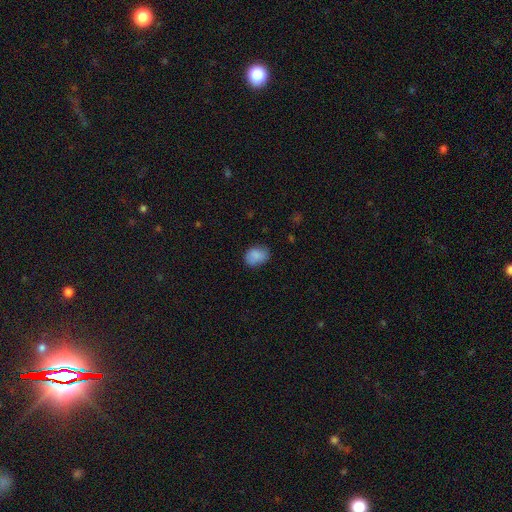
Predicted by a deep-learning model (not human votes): smooth_or_featured: smooth (p=0.85) [alt: star or artifact p=0.08]
how_rounded: in between (p=0.65) [alt: round p=0.34]
merging: none (p=0.72) [alt: minor disturbance p=0.22]